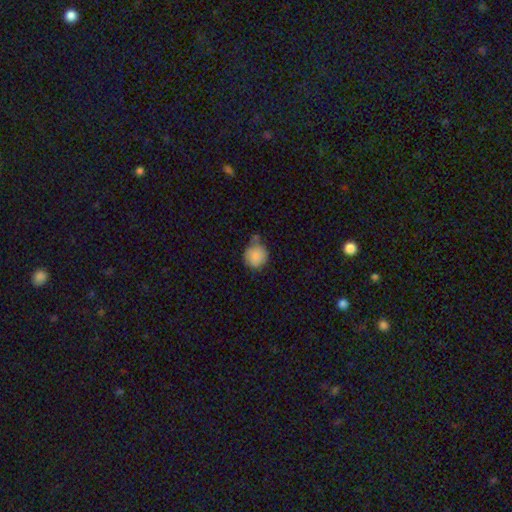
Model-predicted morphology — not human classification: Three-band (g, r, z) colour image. It shows a smooth galaxy with no disk features (85%) that is round (86%). Merging: none (46%).